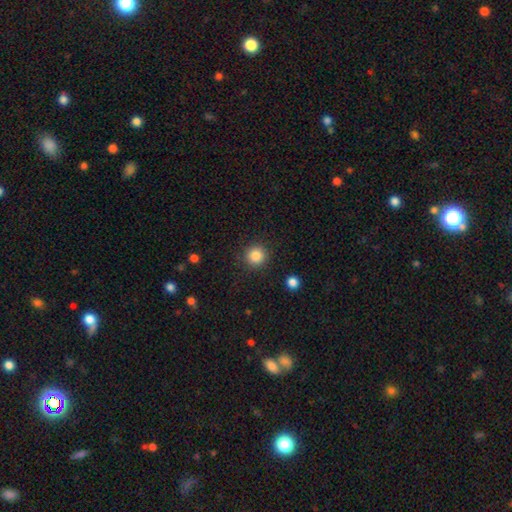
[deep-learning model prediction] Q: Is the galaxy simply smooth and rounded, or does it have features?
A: smooth — 85%.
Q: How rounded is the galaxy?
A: round — 94%.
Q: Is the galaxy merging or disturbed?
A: none — 90%.